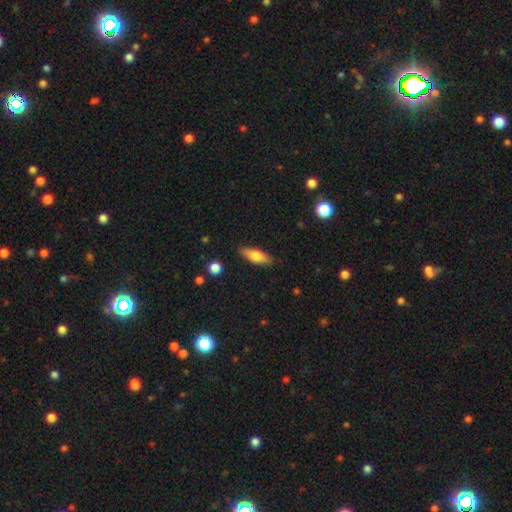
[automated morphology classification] smooth-or-featured: smooth: 70% | featured or disk: 23% | star or artifact: 7%
  how-rounded: in between: 59% | cigar-shaped: 38% | round: 3%
  merging: none: 86% | minor disturbance: 11% | major disturbance: 2% | merger: 1%